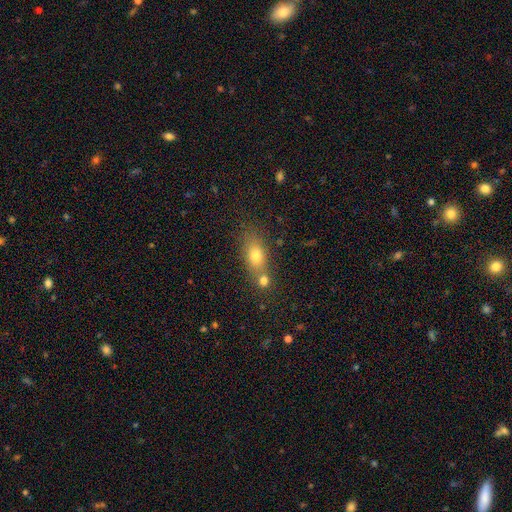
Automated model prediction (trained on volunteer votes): Smooth or featured?
  - smooth: 74% *
  - featured or disk: 15%
  - star or artifact: 12%
How rounded?
  - in between: 70% *
  - round: 18%
  - cigar-shaped: 12%
Merging?
  - none: 54% *
  - merger: 29%
  - minor disturbance: 12%
  - major disturbance: 4%